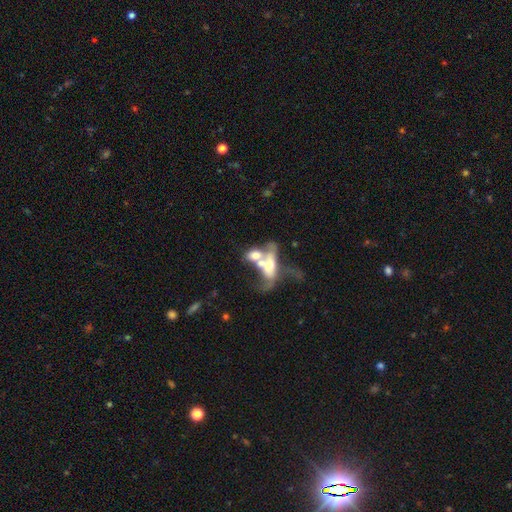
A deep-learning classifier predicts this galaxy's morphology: type=featured or disk (49%); merging=merger (71%).